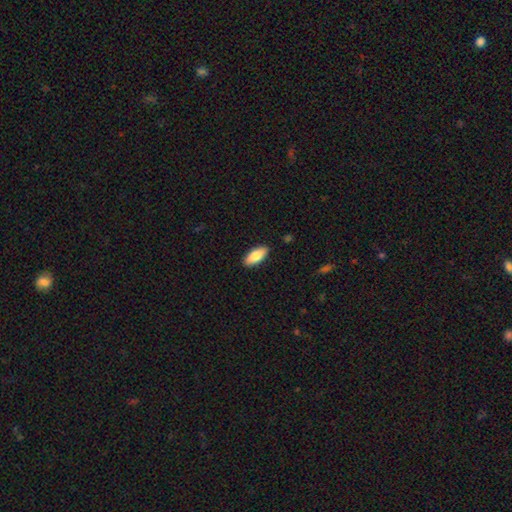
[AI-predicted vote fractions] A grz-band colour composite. It shows a smooth galaxy with no disk features (82%) that is in between round and cigar-shaped (82%). Merging: none (89%).